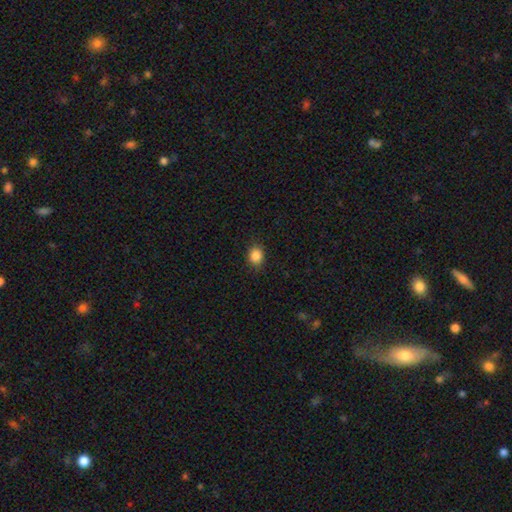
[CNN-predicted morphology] Overall: smooth (86%). How rounded: round (57%; in between 42%). Merging: none (88%).